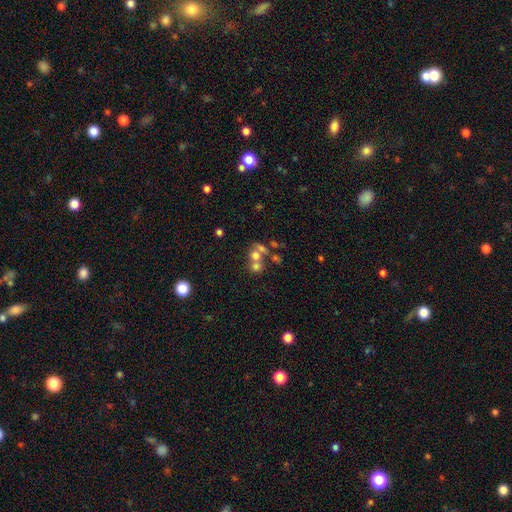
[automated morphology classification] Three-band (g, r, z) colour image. It shows a smooth galaxy with no disk features (58%) that is round (69%). Merging: merger (55%).